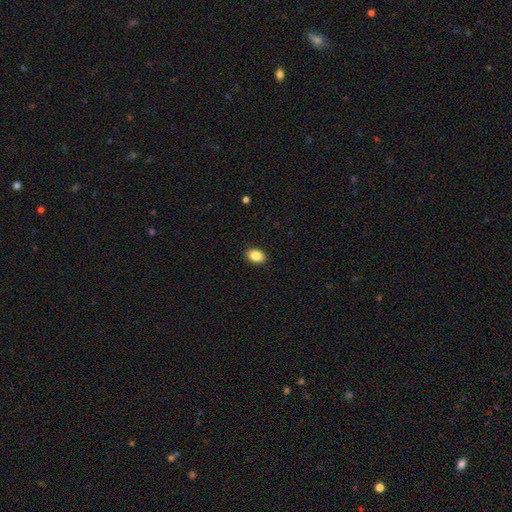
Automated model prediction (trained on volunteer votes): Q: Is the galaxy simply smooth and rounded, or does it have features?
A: smooth — 88%.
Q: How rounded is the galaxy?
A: in between — 83%.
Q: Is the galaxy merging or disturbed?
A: none — 90%.